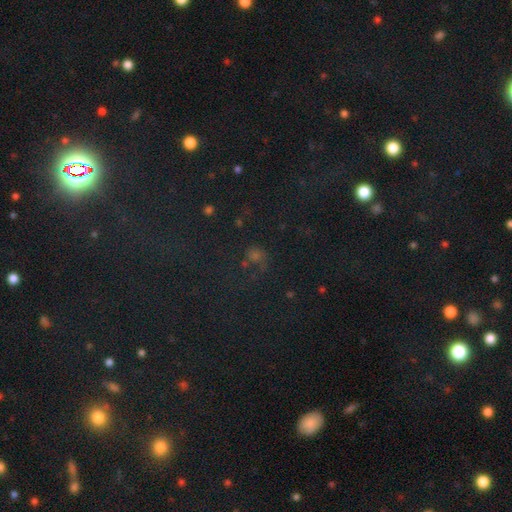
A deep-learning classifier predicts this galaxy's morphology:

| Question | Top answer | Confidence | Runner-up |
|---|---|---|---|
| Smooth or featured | star or artifact | 51% | smooth (36%) |